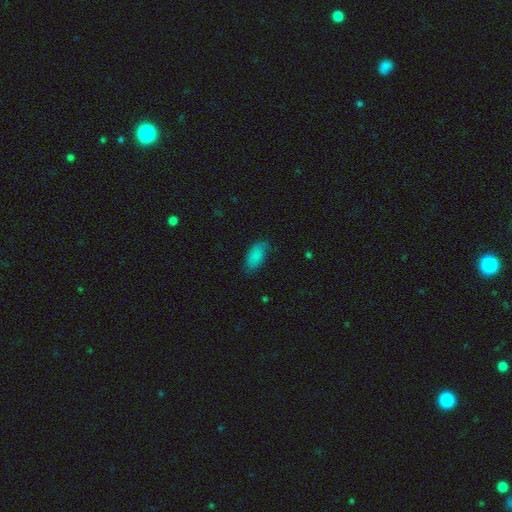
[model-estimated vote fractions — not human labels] Smooth or featured? Predicted: smooth (p=0.84). How rounded? Predicted: in between (p=0.92). Merging? Predicted: none (p=0.67).